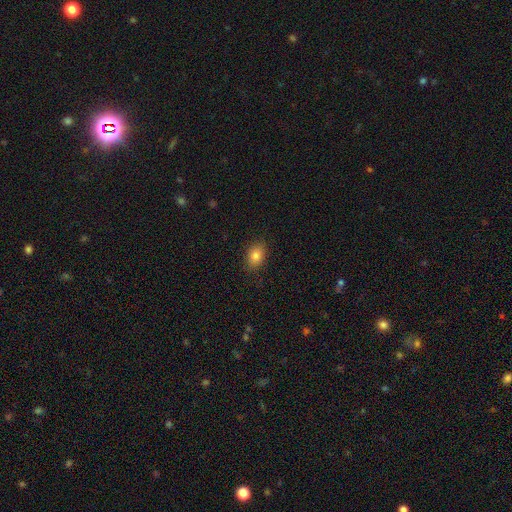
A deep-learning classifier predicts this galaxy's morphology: Smooth or featured? Predicted: smooth (p=0.83). How rounded? Predicted: in between (p=0.76). Merging? Predicted: none (p=0.87).